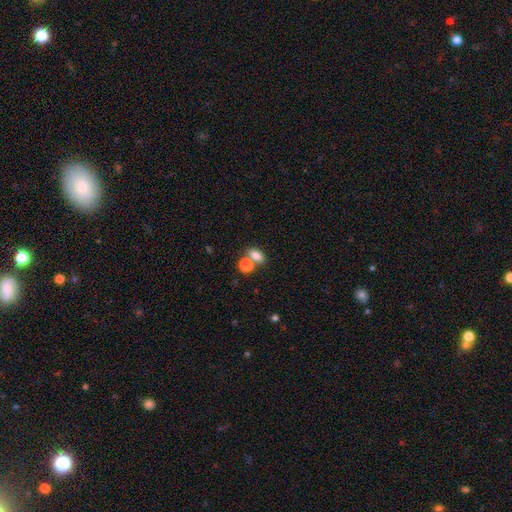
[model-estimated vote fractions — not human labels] smooth-or-featured: smooth: 80% | star or artifact: 11% | featured or disk: 9%
  how-rounded: in between: 79% | round: 17% | cigar-shaped: 3%
  merging: none: 50% | merger: 35% | minor disturbance: 10% | major disturbance: 4%